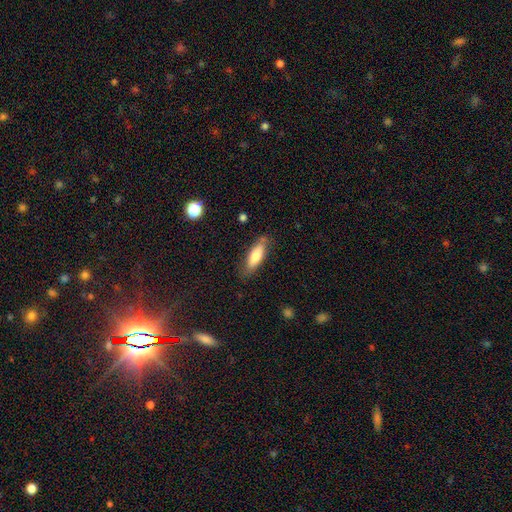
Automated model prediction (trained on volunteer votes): Overall: smooth (76%). How rounded: in between (57%; cigar-shaped 41%). Merging: none (77%).